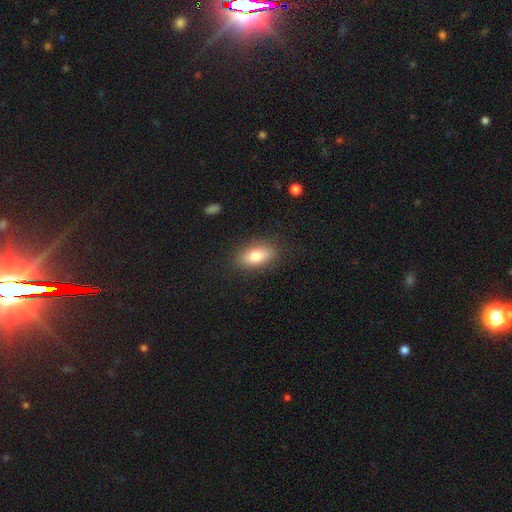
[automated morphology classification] smooth_or_featured: smooth (p=0.78) [alt: featured or disk p=0.14]
how_rounded: in between (p=0.86) [alt: cigar-shaped p=0.08]
merging: none (p=0.85) [alt: minor disturbance p=0.10]